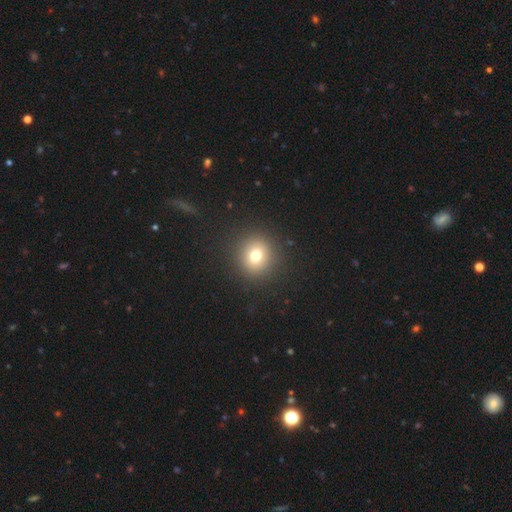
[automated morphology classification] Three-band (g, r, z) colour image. It shows a smooth galaxy with no disk features (74%) that is round (90%). Merging: none (91%).